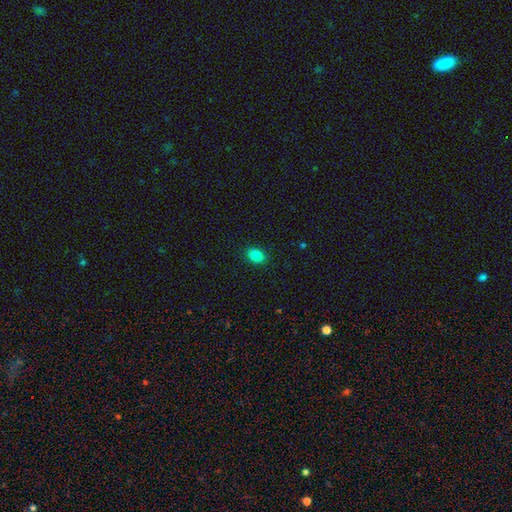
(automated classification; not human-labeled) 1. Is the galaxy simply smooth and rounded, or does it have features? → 86% smooth, 10% star or artifact, 4% featured or disk.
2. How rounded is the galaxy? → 73% in between, 26% round, 1% cigar-shaped.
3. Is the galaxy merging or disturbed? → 89% none, 8% minor disturbance, 2% major disturbance, 1% merger.